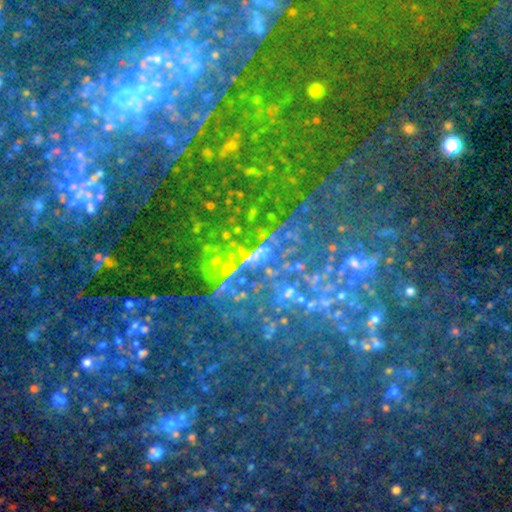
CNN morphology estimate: Smooth or featured? featured or disk (44%)
Merging? none (48%)